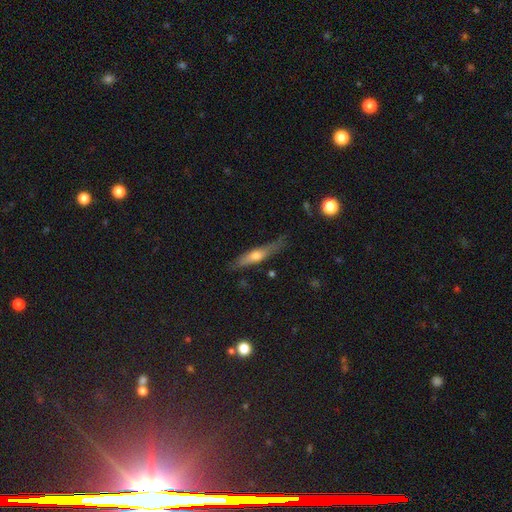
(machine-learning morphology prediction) Smooth or featured: featured or disk — 50% (smooth — 43%)
Edge-on disk: yes — 89% (no — 11%)
Merging: none — 75% (minor disturbance — 19%)